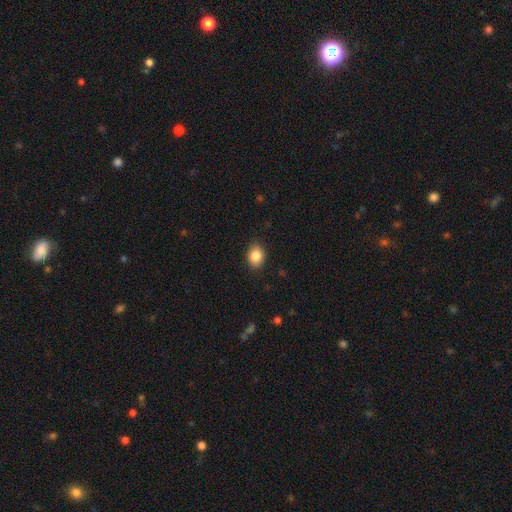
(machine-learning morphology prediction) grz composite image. It shows a smooth galaxy with no disk features (87%) that is in between round and cigar-shaped (59%). Merging: none (86%).